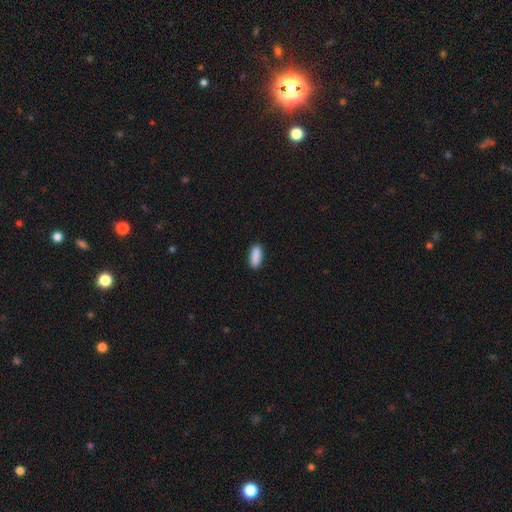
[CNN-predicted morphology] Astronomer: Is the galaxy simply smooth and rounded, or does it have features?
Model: smooth — 90%.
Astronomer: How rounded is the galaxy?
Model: in between — 78%.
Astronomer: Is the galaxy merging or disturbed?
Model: none — 88%.